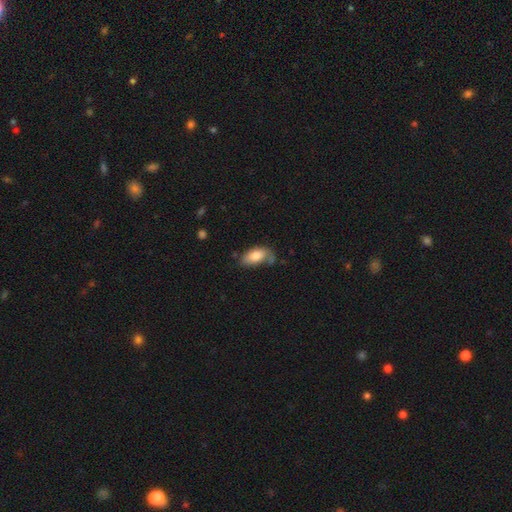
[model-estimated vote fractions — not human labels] Smooth or featured? smooth (78%)
How rounded? in between (93%)
Merging? none (45%)